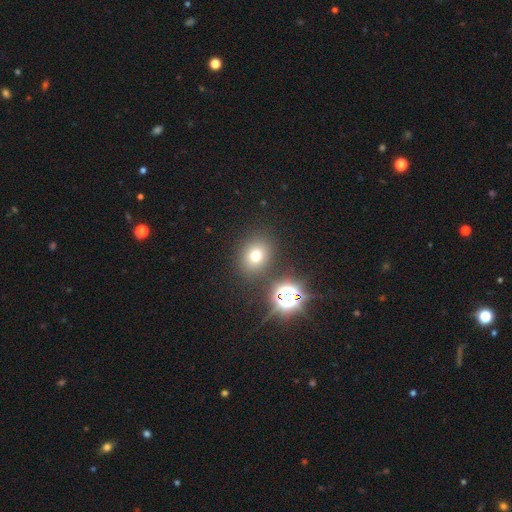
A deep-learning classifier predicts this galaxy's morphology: This appears to be a smooth galaxy with no disk features (68%) that is round (67%). Merging: none (83%).